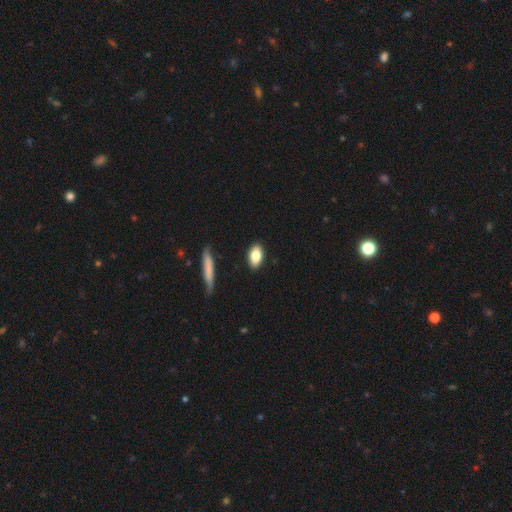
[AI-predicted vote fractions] This is clearly a smooth galaxy (82%). How rounded: clearly in between (89%). Merging: clearly none (88%).